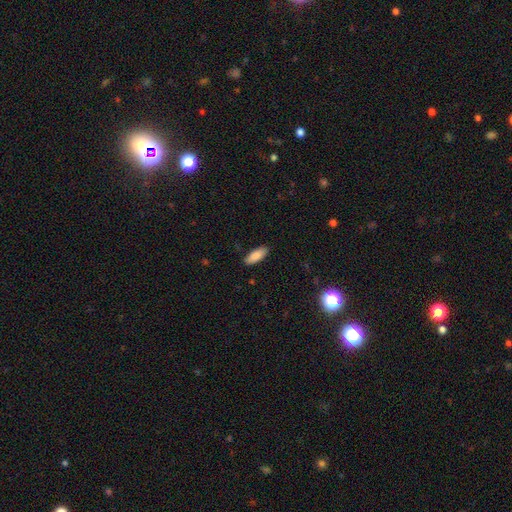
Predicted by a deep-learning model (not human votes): smooth 88%, star or artifact 6%, featured or disk 6%. Down the decision tree: how rounded — in between (74%); merging — none (87%).